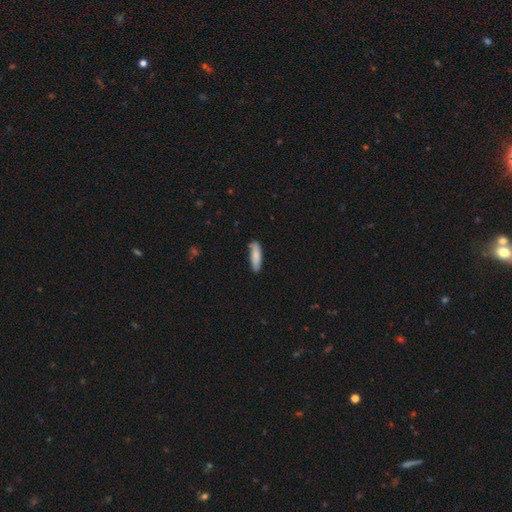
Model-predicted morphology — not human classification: A smooth galaxy with no disk features (83%) that is cigar-shaped (63%).

Vote fractions:
- Smooth or featured? smooth: 83% / featured or disk: 11% / star or artifact: 6%
- How rounded? cigar-shaped: 63% / in between: 36% / round: 1%
- Merging? none: 80% / minor disturbance: 16% / major disturbance: 2% / merger: 2%